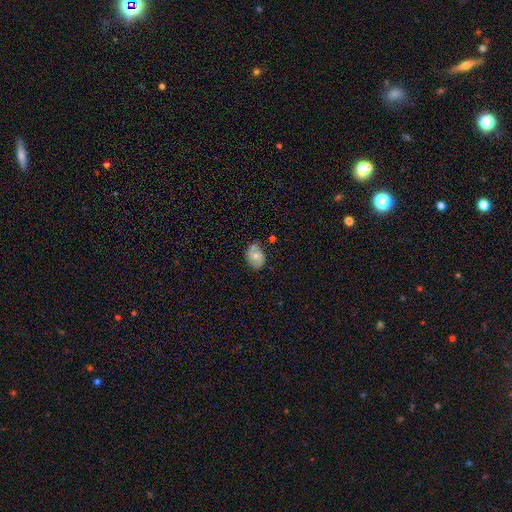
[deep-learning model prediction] This is possibly a featured or disk galaxy (50%). It is clearly not viewed edge-on (96%). Merging: likely none (71%).